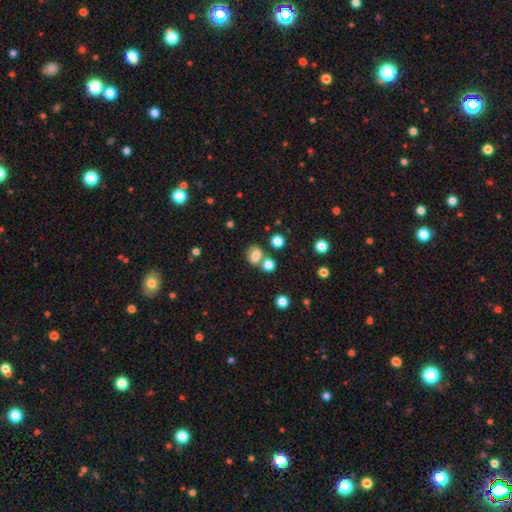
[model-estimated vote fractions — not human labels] A smooth galaxy with no disk features (69%) that is round (57%).

Vote fractions:
- Smooth or featured? smooth: 69% / featured or disk: 17% / star or artifact: 14%
- How rounded? round: 57% / in between: 42% / cigar-shaped: 1%
- Merging? none: 52% / merger: 28% / minor disturbance: 14% / major disturbance: 6%